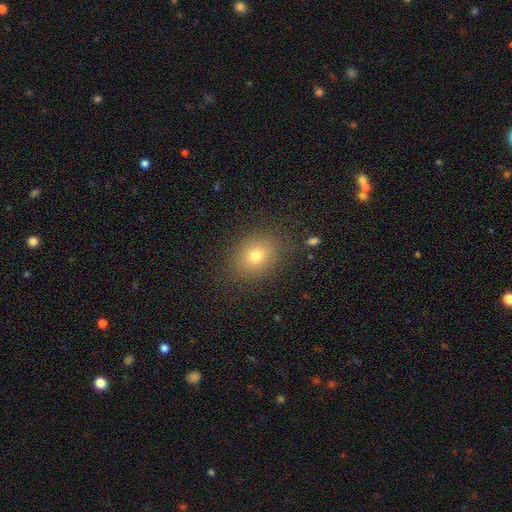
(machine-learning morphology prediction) This appears to be a smooth galaxy with no disk features (74%) that is round (56%). Merging: none (85%).